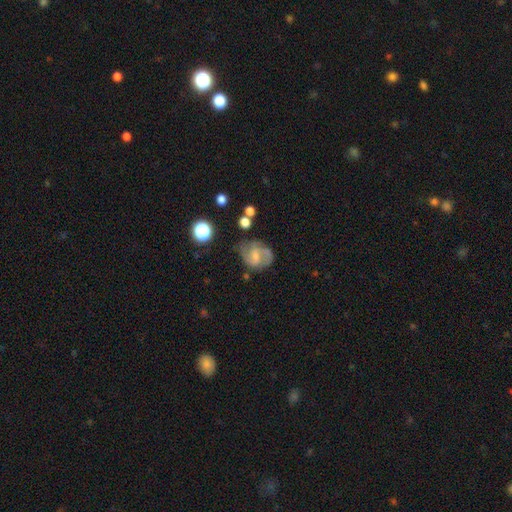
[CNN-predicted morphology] featured or disk 58%, smooth 33%, star or artifact 9%. Down the decision tree: edge-on disk — no (97%); bar — weak (48%); spiral arms — yes (82%); bulge size — small (43%); merging — none (56%).